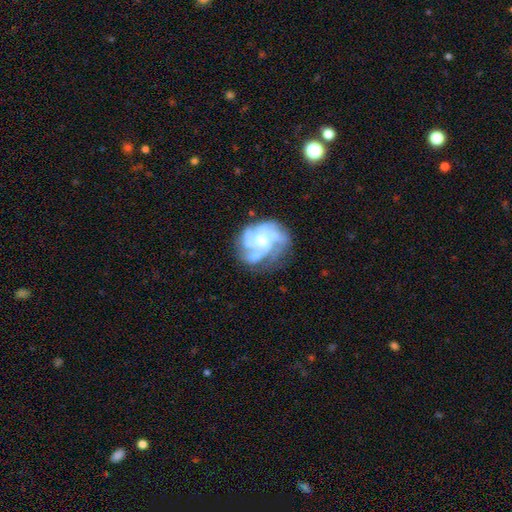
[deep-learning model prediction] A featured or disk galaxy (81%) with no bar (70%), 3 (32%) tight (44%) spiral arms (87%) and a moderate central bulge (62%). Merging: none (55%).